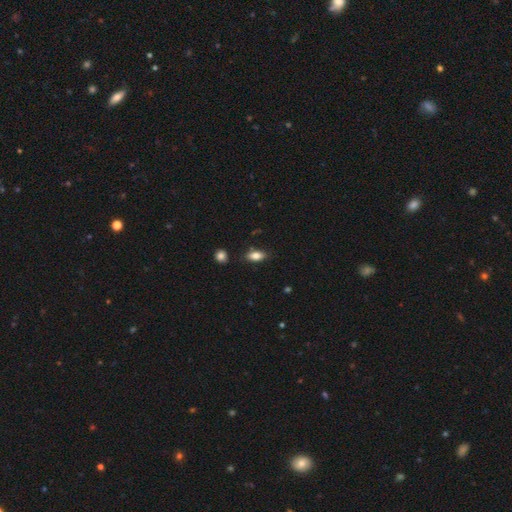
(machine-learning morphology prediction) This appears to be a smooth galaxy with no disk features (82%) that is in between round and cigar-shaped (86%). Merging: none (81%).